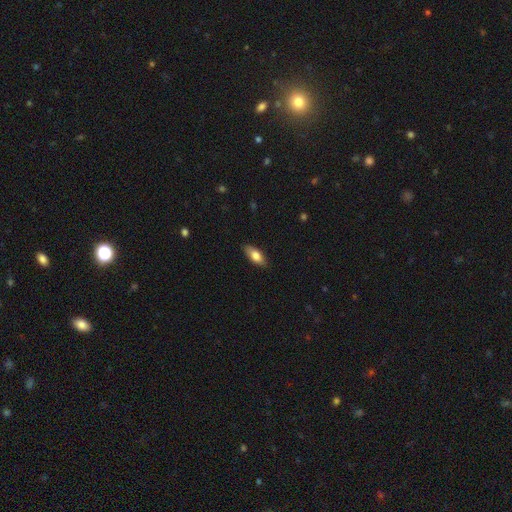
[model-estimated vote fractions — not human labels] smooth_or_featured: smooth (p=0.77) [alt: featured or disk p=0.17]
how_rounded: in between (p=0.79) [alt: cigar-shaped p=0.18]
merging: none (p=0.86) [alt: minor disturbance p=0.11]